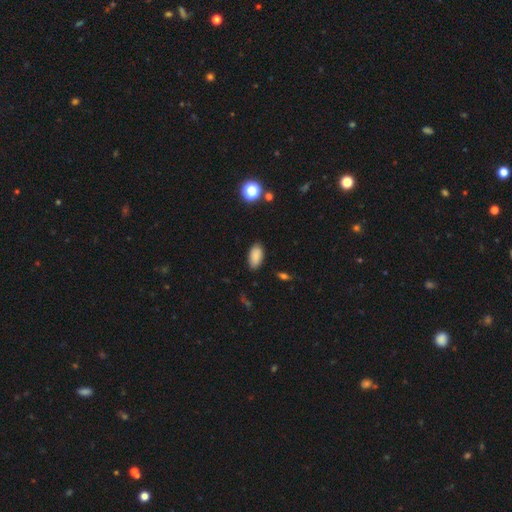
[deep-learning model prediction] Smooth or featured: smooth — 87% (star or artifact — 9%)
How rounded: in between — 93% (round — 4%)
Merging: none — 84% (minor disturbance — 12%)